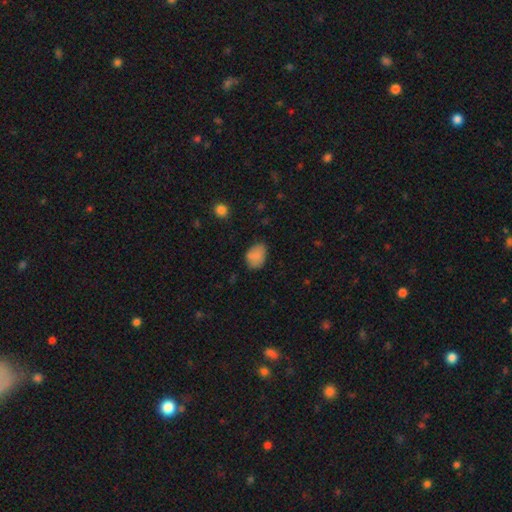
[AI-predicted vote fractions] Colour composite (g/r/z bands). It shows a smooth galaxy with no disk features (85%) that is in between round and cigar-shaped (76%). Merging: none (68%).